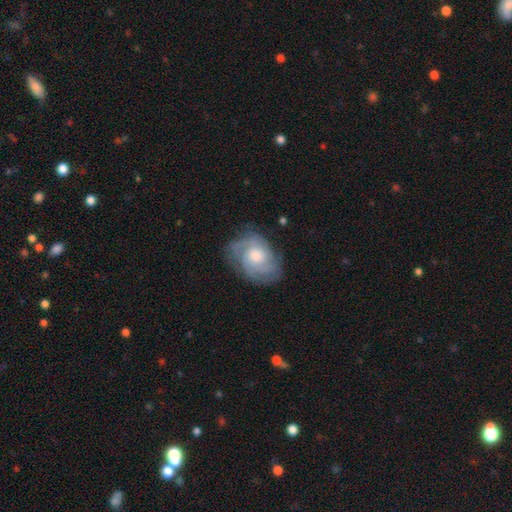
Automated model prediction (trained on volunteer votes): Smooth or featured?
  - featured or disk: 75% *
  - smooth: 18%
  - star or artifact: 6%
Edge-on disk?
  - no: 97% *
  - yes: 3%
Bar?
  - no: 74% *
  - weak: 23%
  - strong: 3%
Spiral arms?
  - yes: 93% *
  - no: 7%
Spiral winding?
  - tight: 55% *
  - medium: 36%
  - loose: 10%
Spiral arm count?
  - can't tell: 32% *
  - 3: 28%
  - 2: 20%
  - 4: 10%
  - 1: 5%
  - more than 4: 5%
Bulge size?
  - moderate: 58% *
  - large: 19%
  - small: 18%
  - none: 4%
  - dominant: 1%
Merging?
  - none: 70% *
  - minor disturbance: 21%
  - major disturbance: 8%
  - merger: 1%